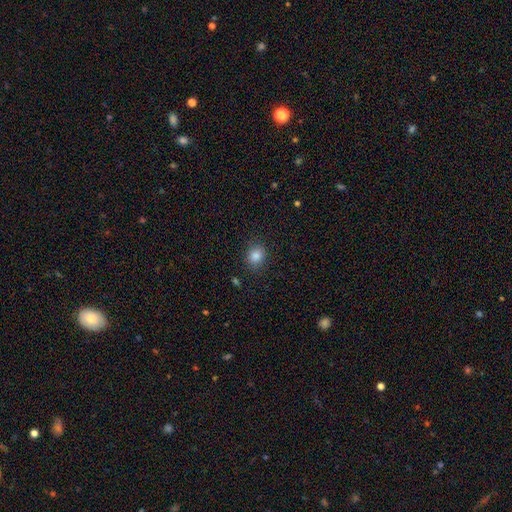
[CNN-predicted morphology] smooth_or_featured: smooth (p=0.84) [alt: star or artifact p=0.11]
how_rounded: round (p=0.70) [alt: in between p=0.29]
merging: none (p=0.86) [alt: minor disturbance p=0.10]